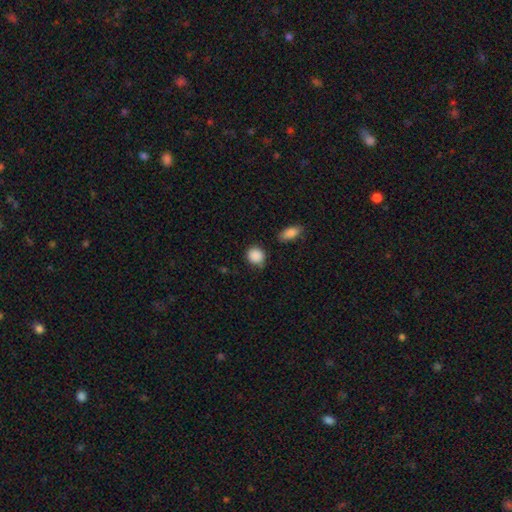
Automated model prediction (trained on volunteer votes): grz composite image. It shows a smooth galaxy with no disk features (89%) that is round (79%). Merging: none (75%).